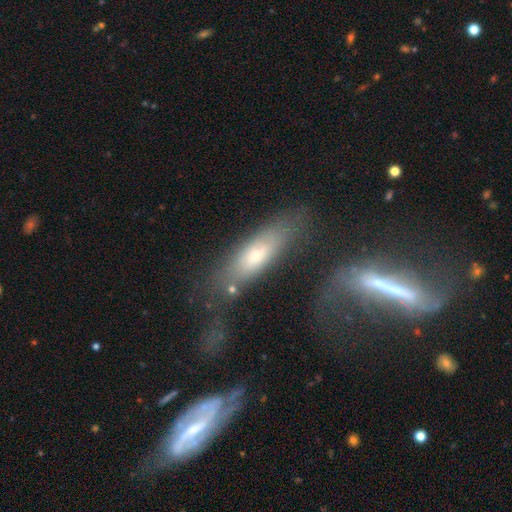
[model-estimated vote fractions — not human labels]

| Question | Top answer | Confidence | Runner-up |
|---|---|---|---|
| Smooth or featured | smooth | 56% | featured or disk (36%) |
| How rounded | cigar-shaped | 51% | in between (46%) |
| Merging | none | 59% | minor disturbance (19%) |